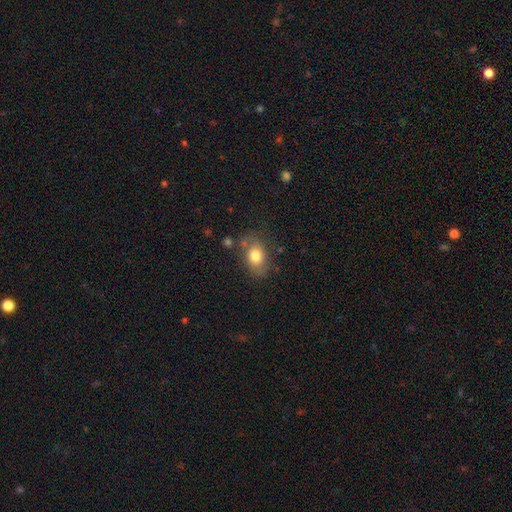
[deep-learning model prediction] This appears to be a smooth galaxy with no disk features (76%) that is in between round and cigar-shaped (72%). Merging: none (70%).